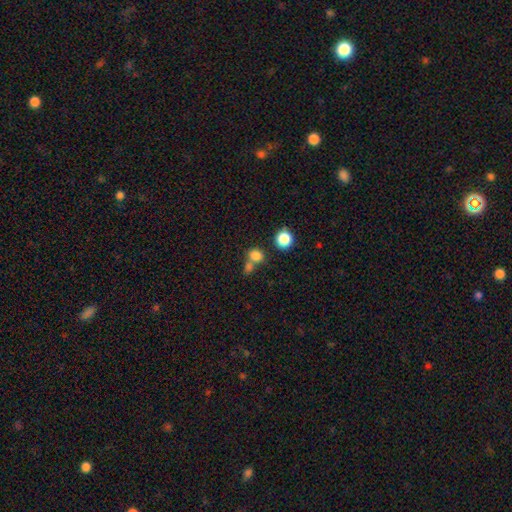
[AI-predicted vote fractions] A smooth galaxy with no disk features (79%) that is round (65%). Merging: none (48%).